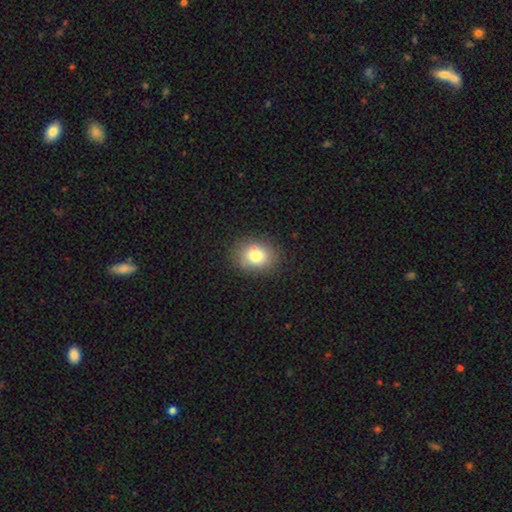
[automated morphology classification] This appears to be a smooth galaxy with no disk features (76%) that is round (54%). Merging: none (80%).